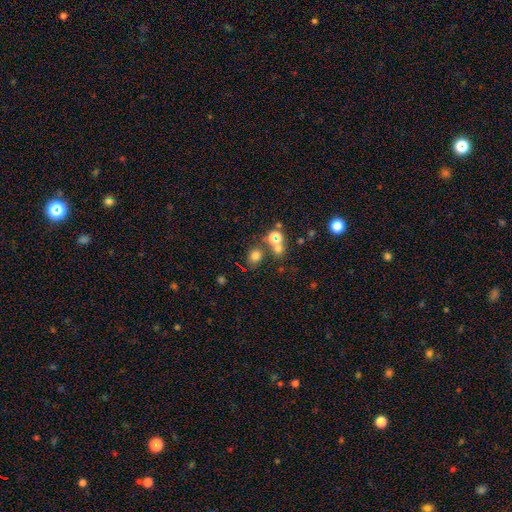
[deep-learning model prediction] Smooth or featured?
  - smooth: 70% *
  - star or artifact: 22%
  - featured or disk: 8%
How rounded?
  - round: 74% *
  - in between: 25%
  - cigar-shaped: 1%
Merging?
  - none: 69% *
  - merger: 15%
  - minor disturbance: 10%
  - major disturbance: 5%